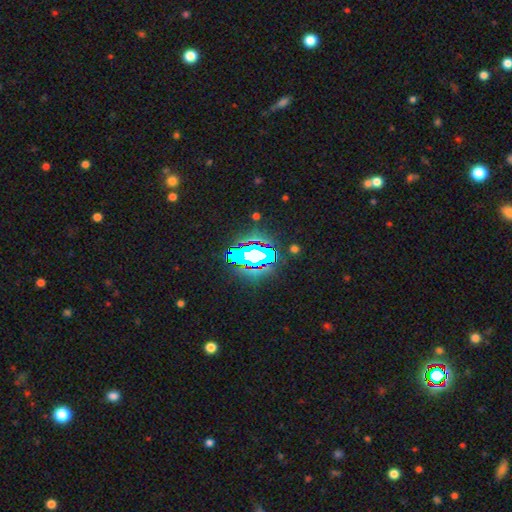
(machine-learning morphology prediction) A star or artifact, not a galaxy (64%).

Vote fractions:
- Smooth or featured? star or artifact: 64% / smooth: 20% / featured or disk: 16%